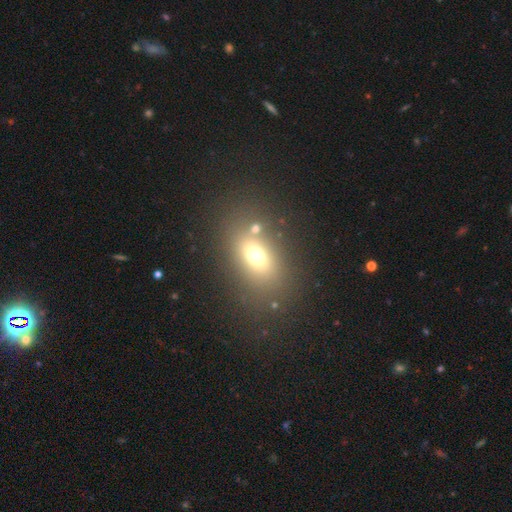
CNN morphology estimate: A smooth galaxy with no disk features (67%) that is in between round and cigar-shaped (76%). Merging: none (72%).